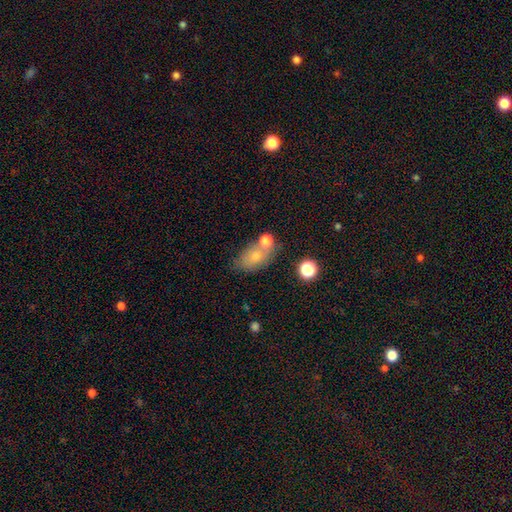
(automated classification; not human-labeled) This appears to be a smooth galaxy with no disk features (73%) that is in between round and cigar-shaped (83%). Merging: none (55%).